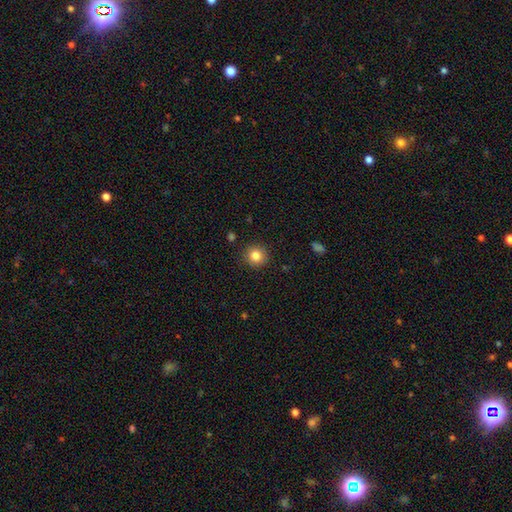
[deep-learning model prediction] This appears to be a smooth galaxy with no disk features (84%) that is round (93%). Merging: none (90%).